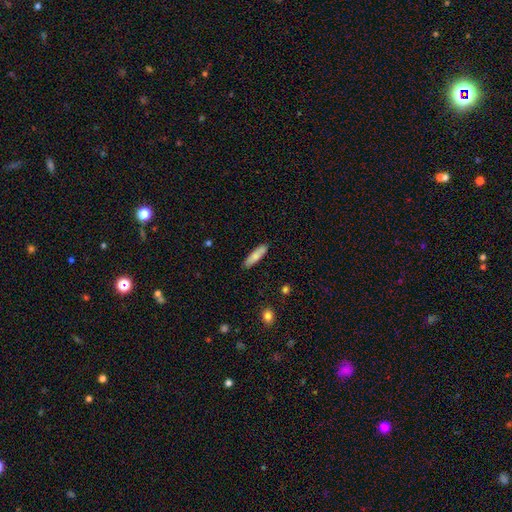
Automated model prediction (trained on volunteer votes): Smooth or featured? smooth (79%)
How rounded? cigar-shaped (73%)
Merging? none (89%)